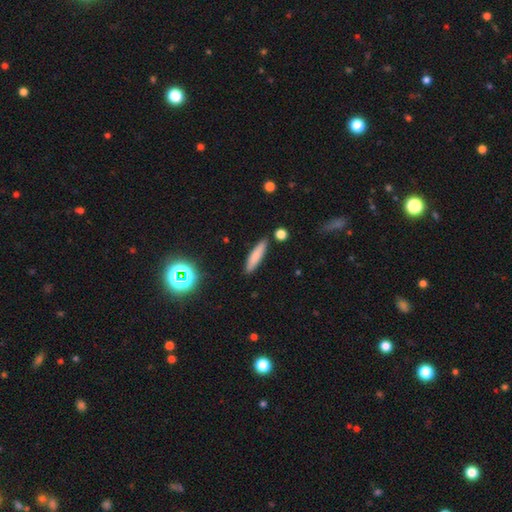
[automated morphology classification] This is likely a smooth galaxy (78%). How rounded: likely cigar-shaped (78%). Merging: clearly none (87%).